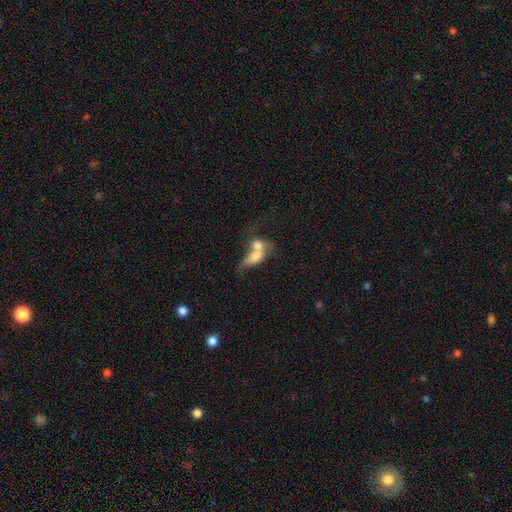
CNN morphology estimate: Smooth or featured: smooth — 63% (featured or disk — 29%)
How rounded: in between — 73% (round — 18%)
Merging: merger — 72% (none — 11%)